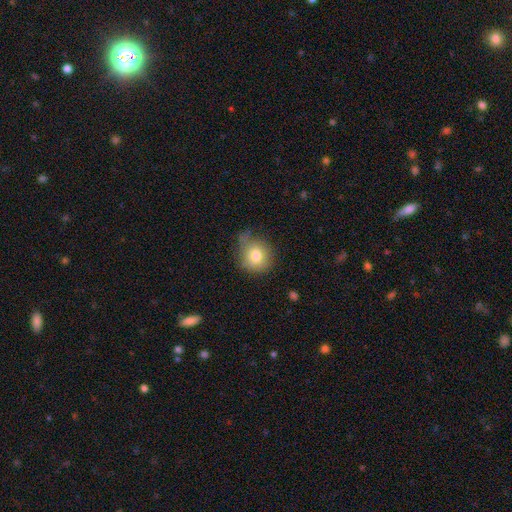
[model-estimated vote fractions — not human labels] smooth_or_featured: smooth (p=0.78) [alt: featured or disk p=0.12]
how_rounded: round (p=0.82) [alt: in between p=0.17]
merging: none (p=0.56) [alt: minor disturbance p=0.31]